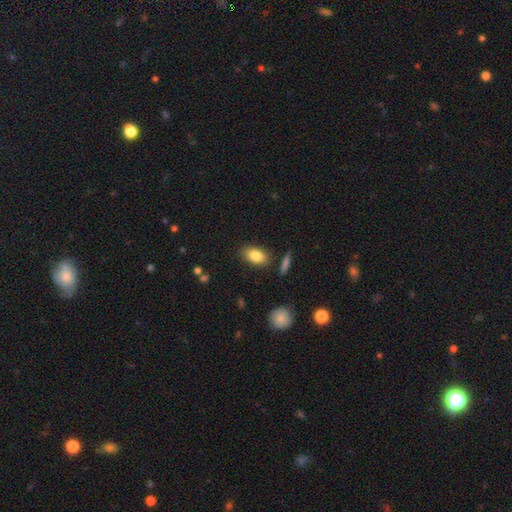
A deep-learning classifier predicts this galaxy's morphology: This appears to be a smooth galaxy with no disk features (83%) that is in between round and cigar-shaped (89%). Merging: none (84%).